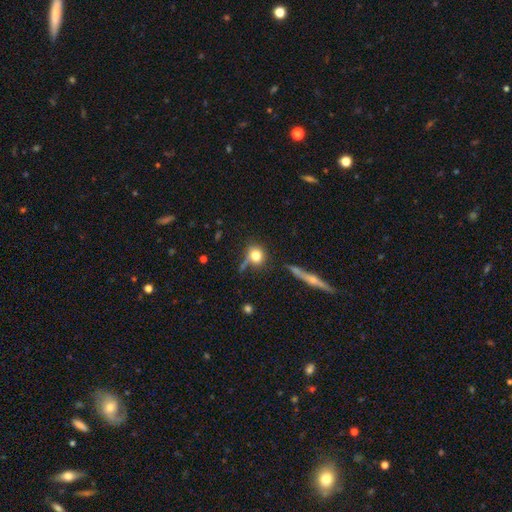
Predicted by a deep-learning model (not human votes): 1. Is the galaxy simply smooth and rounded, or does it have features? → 78% smooth, 11% featured or disk, 11% star or artifact.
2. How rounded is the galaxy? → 82% round, 15% in between, 3% cigar-shaped.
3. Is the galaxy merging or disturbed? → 69% none, 15% minor disturbance, 11% merger, 6% major disturbance.